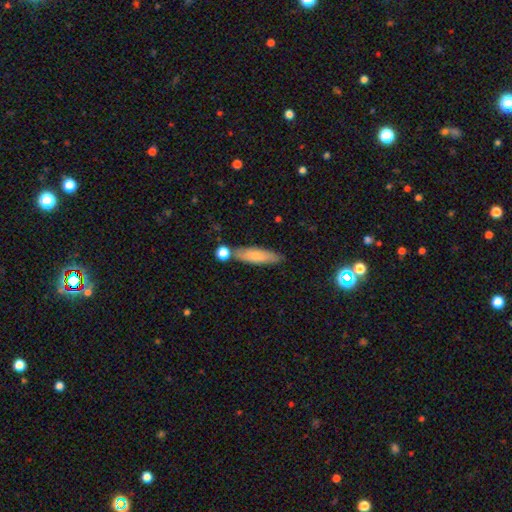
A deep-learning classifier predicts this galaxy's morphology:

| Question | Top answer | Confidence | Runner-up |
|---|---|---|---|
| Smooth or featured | smooth | 72% | featured or disk (22%) |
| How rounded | cigar-shaped | 60% | in between (37%) |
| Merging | none | 70% | minor disturbance (16%) |